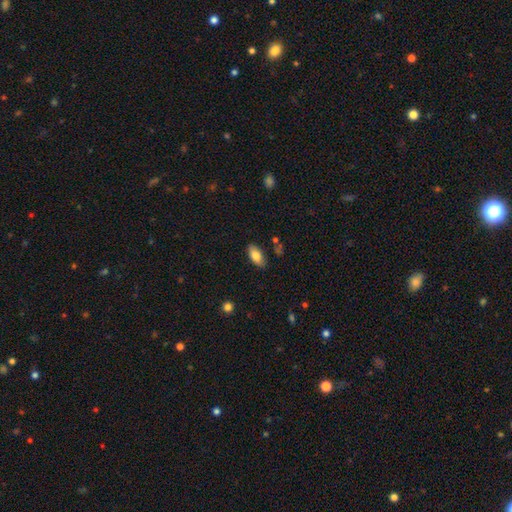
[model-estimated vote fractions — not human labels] Smooth or featured?
  - smooth: 80% *
  - featured or disk: 13%
  - star or artifact: 7%
How rounded?
  - in between: 88% *
  - cigar-shaped: 10%
  - round: 2%
Merging?
  - none: 83% *
  - minor disturbance: 13%
  - major disturbance: 3%
  - merger: 2%